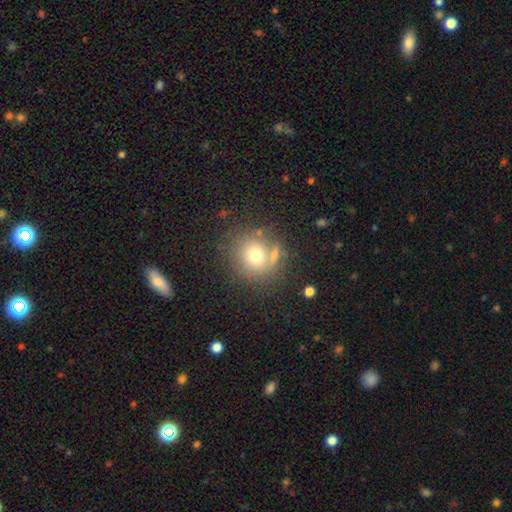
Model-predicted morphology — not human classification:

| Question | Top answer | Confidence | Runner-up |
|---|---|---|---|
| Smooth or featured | smooth | 71% | featured or disk (15%) |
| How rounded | round | 87% | in between (12%) |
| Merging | none | 66% | merger (14%) |